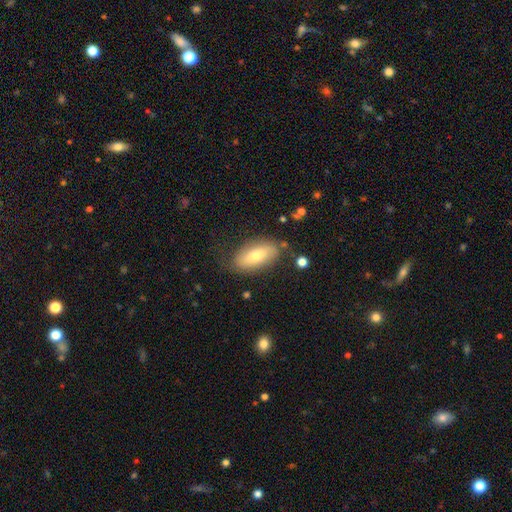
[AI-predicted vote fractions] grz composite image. It shows a smooth galaxy with no disk features (63%) that is in between round and cigar-shaped (87%). Merging: none (73%).